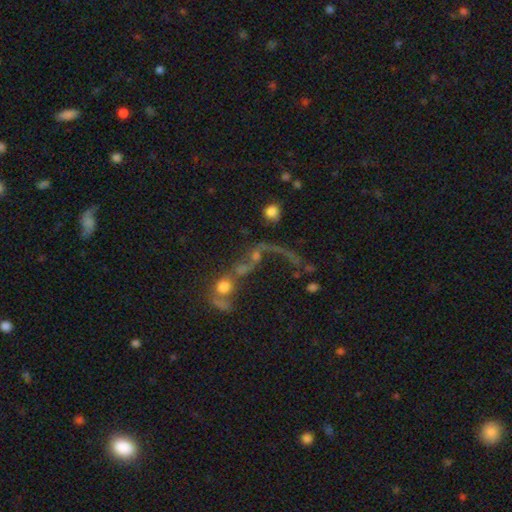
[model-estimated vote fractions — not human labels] Morphology: type=featured or disk (45%); merging=merger (48%).